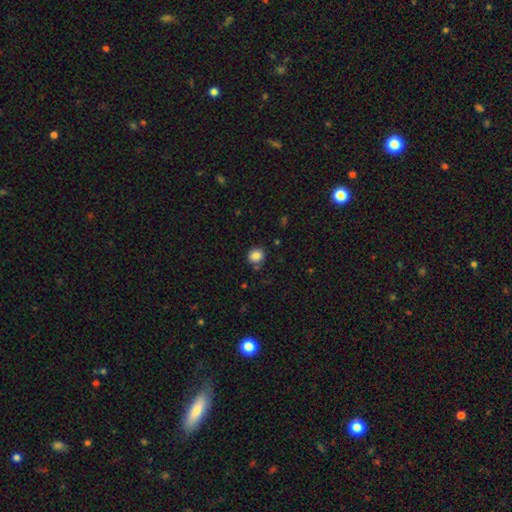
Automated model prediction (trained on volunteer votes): Overall: smooth (86%). How rounded: round (77%). Merging: none (79%).